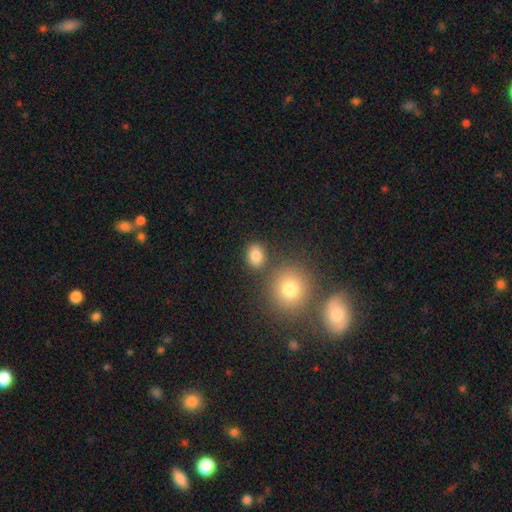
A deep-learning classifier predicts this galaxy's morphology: This appears to be a smooth galaxy with no disk features (81%) that is round (51%). Merging: none (73%).